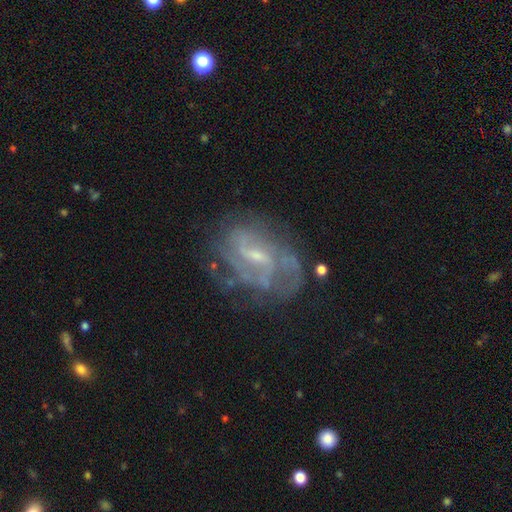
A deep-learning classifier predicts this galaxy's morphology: This appears to be a featured or disk galaxy (83%) with a weak bar (57%), 2 (38%) medium (45%) spiral arms (87%) and a small central bulge (65%). Merging: none (60%).